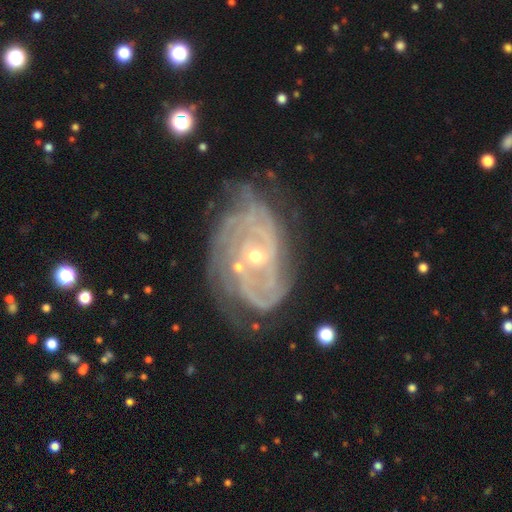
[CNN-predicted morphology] featured or disk 88%, star or artifact 7%, smooth 5%. Down the decision tree: edge-on disk — no (96%); bar — no (60%); spiral arms — yes (95%); spiral arm count — can't tell (32%); spiral winding — tight (69%); bulge size — small (65%); merging — none (58%).